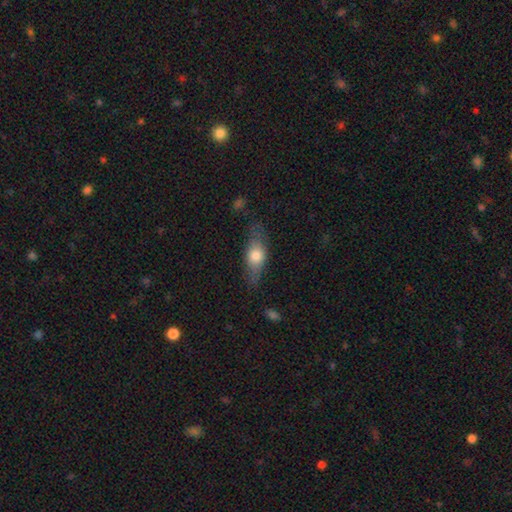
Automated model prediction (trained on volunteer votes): Smooth or featured? smooth (65%)
How rounded? in between (68%)
Merging? none (67%)